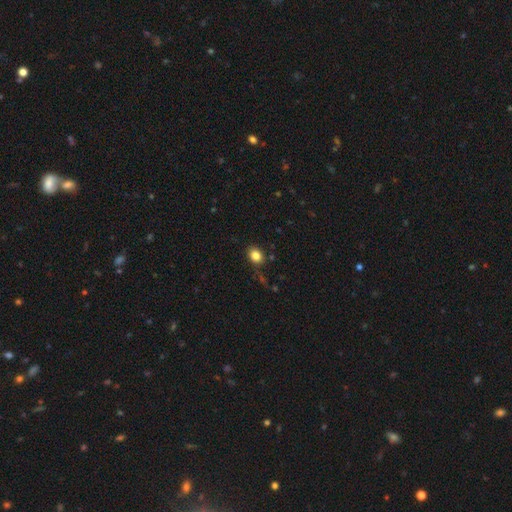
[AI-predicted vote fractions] This appears to be a smooth galaxy with no disk features (84%) that is in between round and cigar-shaped (54%). Merging: none (82%).